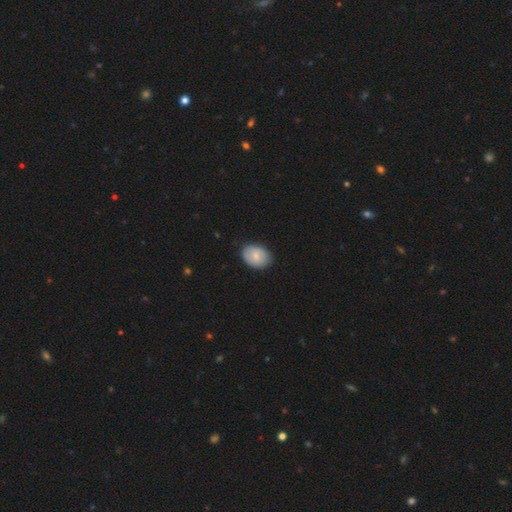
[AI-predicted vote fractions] Smooth or featured? Predicted: smooth (p=0.77). How rounded? Predicted: in between (p=0.73). Merging? Predicted: none (p=0.86).